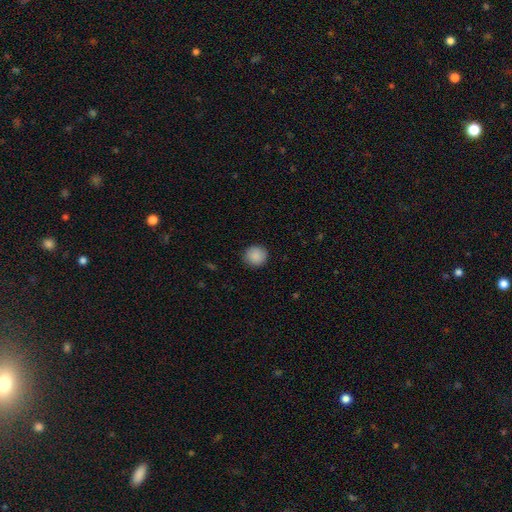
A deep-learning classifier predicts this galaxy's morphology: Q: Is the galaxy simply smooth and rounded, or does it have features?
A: smooth — 89%.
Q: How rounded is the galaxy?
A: round — 92%.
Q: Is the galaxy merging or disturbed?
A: none — 91%.